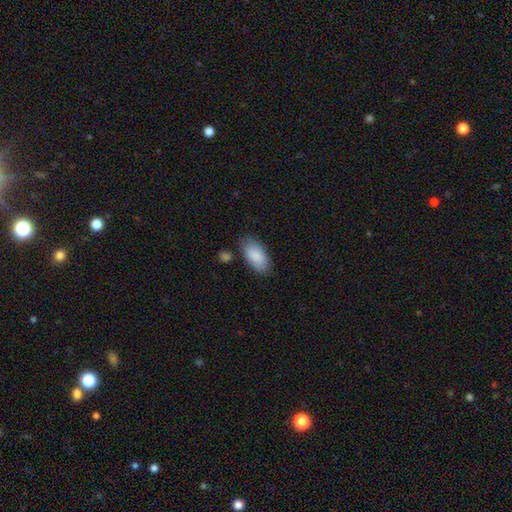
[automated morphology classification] Smooth or featured? Predicted: smooth (p=0.88). How rounded? Predicted: in between (p=0.93). Merging? Predicted: none (p=0.77).